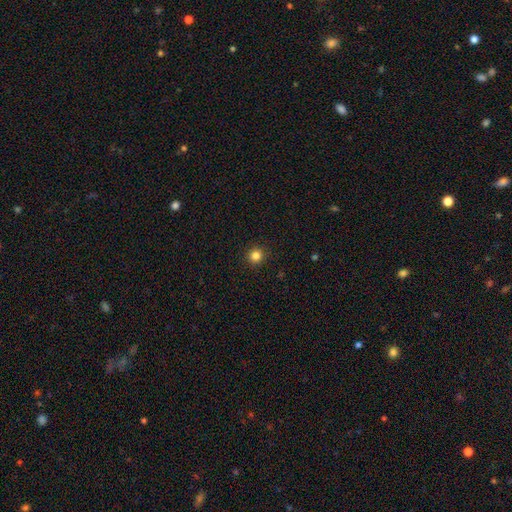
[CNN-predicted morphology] Smooth or featured? smooth (83%)
How rounded? round (94%)
Merging? none (93%)